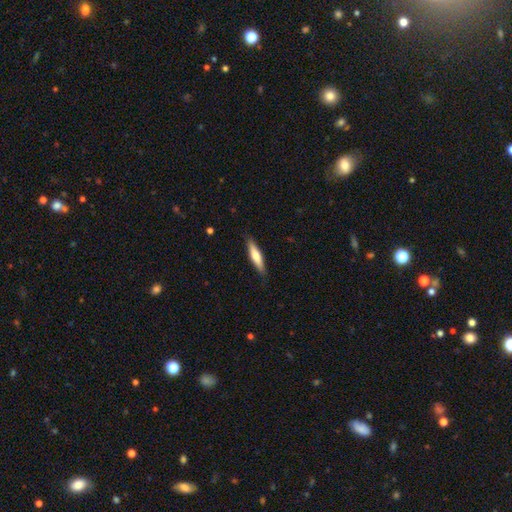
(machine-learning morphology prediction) Overall: smooth (62%; featured or disk 33%). How rounded: cigar-shaped (79%). Merging: none (87%).